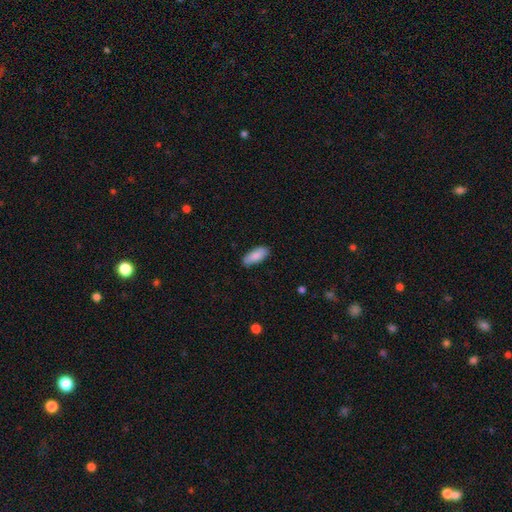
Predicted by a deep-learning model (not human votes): Morphology: type=smooth (87%); roundness=in between (80%); merging=none (83%).